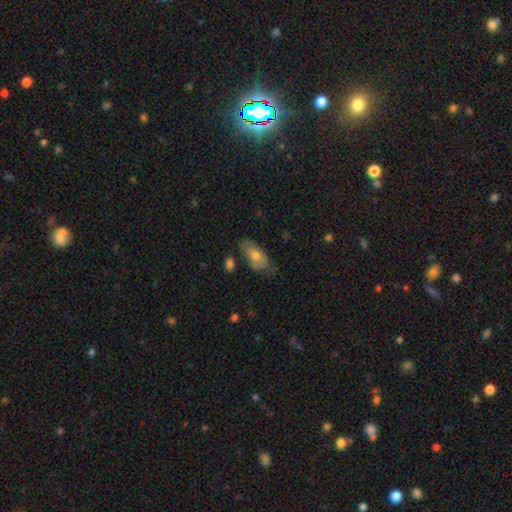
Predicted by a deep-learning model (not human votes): smooth-or-featured: smooth: 61% | featured or disk: 32% | star or artifact: 7%
  how-rounded: in between: 88% | cigar-shaped: 8% | round: 4%
  merging: none: 56% | minor disturbance: 30% | major disturbance: 9% | merger: 4%